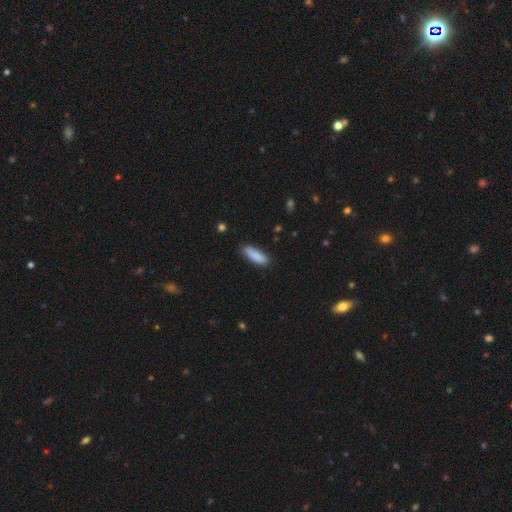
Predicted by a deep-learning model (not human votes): Morphology: type=smooth (89%); roundness=cigar-shaped (51%); merging=none (87%).